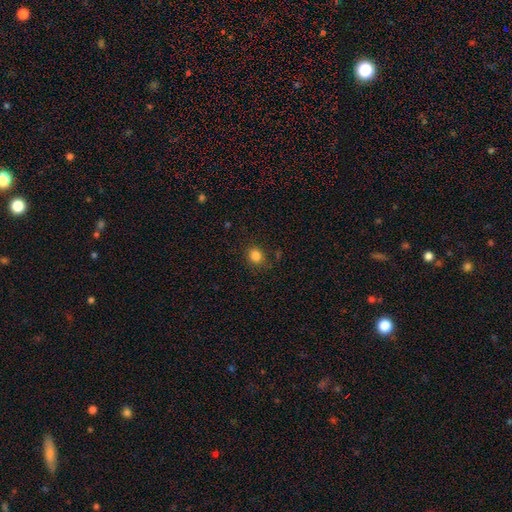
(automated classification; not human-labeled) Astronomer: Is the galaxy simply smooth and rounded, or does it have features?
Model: smooth — 83%.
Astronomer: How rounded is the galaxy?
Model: round — 77%.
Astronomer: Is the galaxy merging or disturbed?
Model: none — 84%.